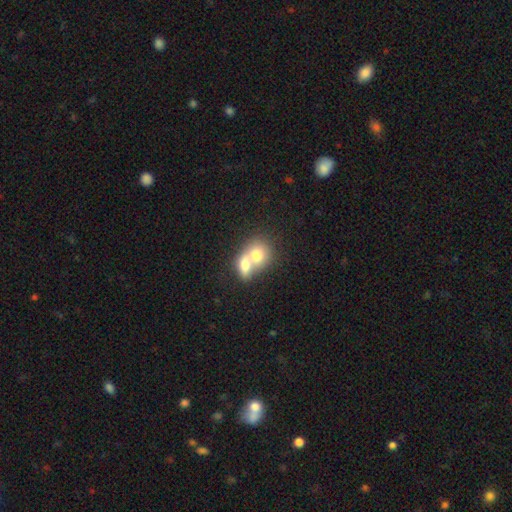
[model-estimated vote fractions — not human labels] Smooth or featured? smooth (70%)
How rounded? round (56%)
Merging? merger (75%)